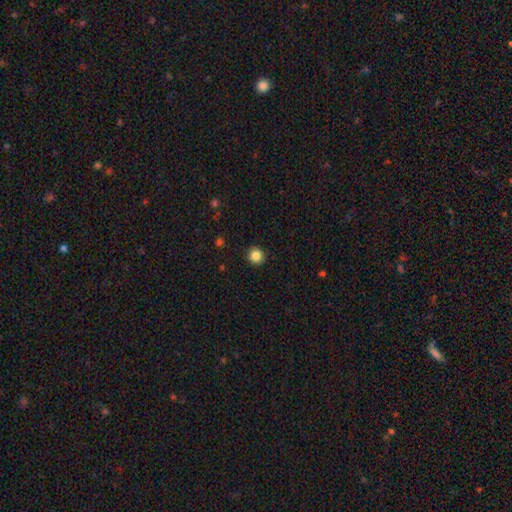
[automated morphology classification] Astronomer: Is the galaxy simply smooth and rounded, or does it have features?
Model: smooth — 85%.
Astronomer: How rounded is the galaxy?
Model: round — 93%.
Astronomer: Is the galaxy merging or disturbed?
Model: none — 93%.